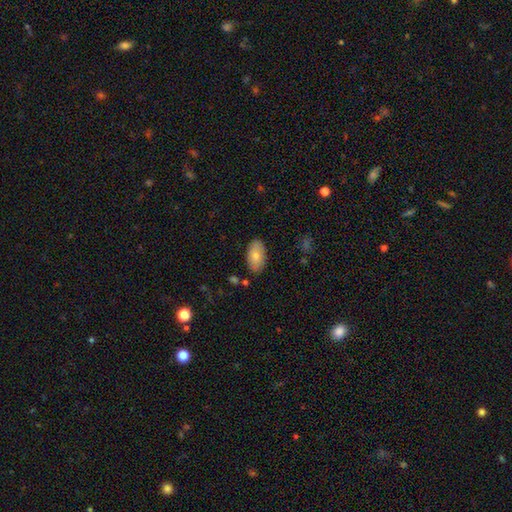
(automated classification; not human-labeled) Morphology: type=smooth (78%); roundness=in between (94%); merging=none (83%).